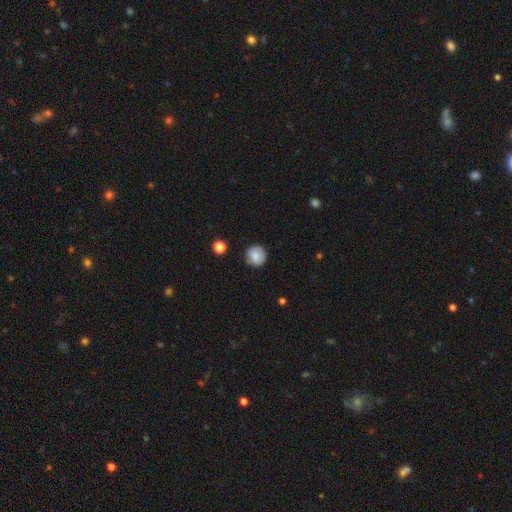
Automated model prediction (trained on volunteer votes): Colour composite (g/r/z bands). It shows a smooth galaxy with no disk features (85%) that is round (92%). Merging: none (87%).